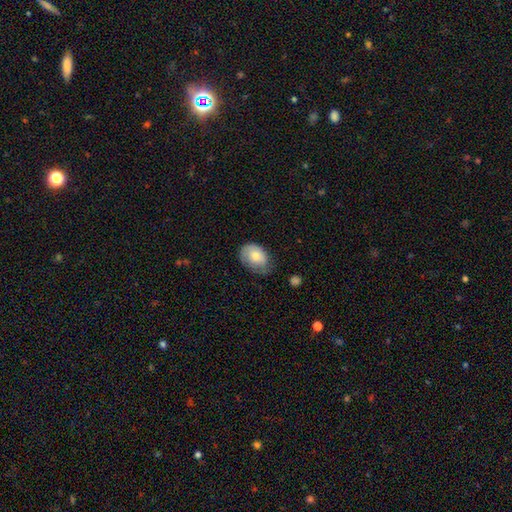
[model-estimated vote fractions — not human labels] This appears to be a smooth galaxy with no disk features (66%) that is in between round and cigar-shaped (75%). Merging: none (48%).